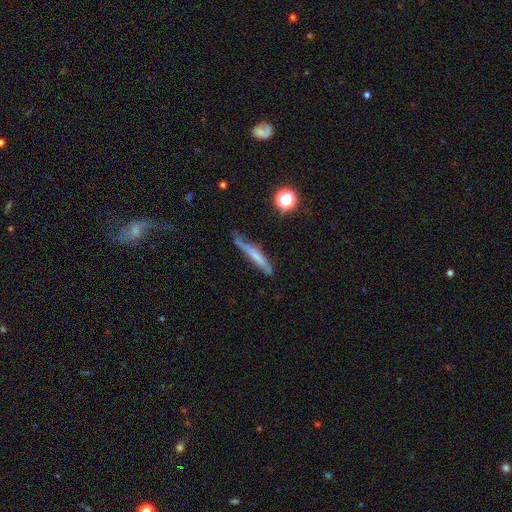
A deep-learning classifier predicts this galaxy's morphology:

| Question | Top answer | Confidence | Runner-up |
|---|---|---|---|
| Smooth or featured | smooth | 51% | featured or disk (40%) |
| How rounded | cigar-shaped | 91% | in between (6%) |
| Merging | none | 55% | minor disturbance (30%) |